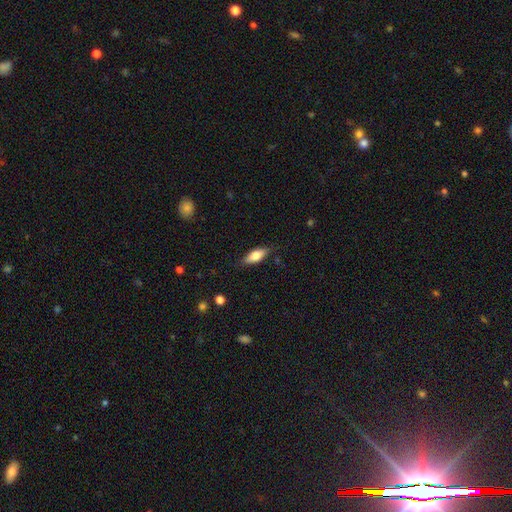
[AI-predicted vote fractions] Smooth or featured? smooth (68%)
How rounded? in between (69%)
Merging? none (81%)